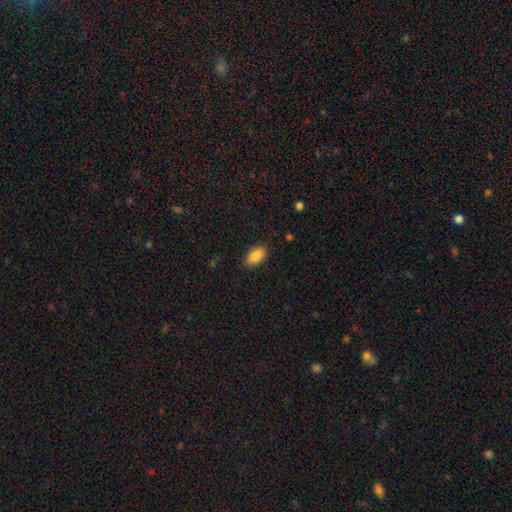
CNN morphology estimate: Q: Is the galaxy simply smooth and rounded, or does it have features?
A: smooth — 87%.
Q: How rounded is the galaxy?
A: in between — 92%.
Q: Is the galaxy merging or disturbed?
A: none — 87%.